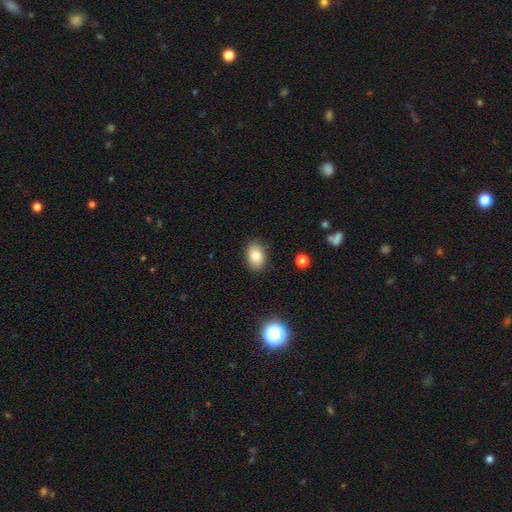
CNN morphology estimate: This appears to be a smooth galaxy with no disk features (81%) that is in between round and cigar-shaped (81%). Merging: none (87%).